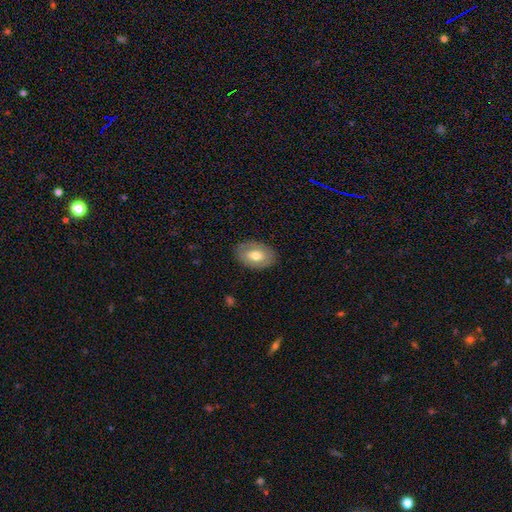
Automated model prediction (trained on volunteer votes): Smooth or featured?
  - smooth: 63% *
  - featured or disk: 30%
  - star or artifact: 7%
How rounded?
  - in between: 84% *
  - round: 15%
  - cigar-shaped: 1%
Merging?
  - none: 85% *
  - minor disturbance: 11%
  - major disturbance: 3%
  - merger: 1%